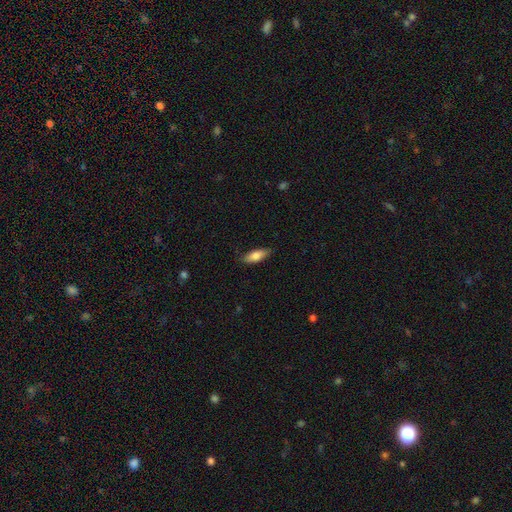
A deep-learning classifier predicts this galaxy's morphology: Smooth or featured?
  - smooth: 78% *
  - featured or disk: 16%
  - star or artifact: 6%
How rounded?
  - in between: 69% *
  - cigar-shaped: 29%
  - round: 2%
Merging?
  - none: 83% *
  - minor disturbance: 14%
  - major disturbance: 2%
  - merger: 1%